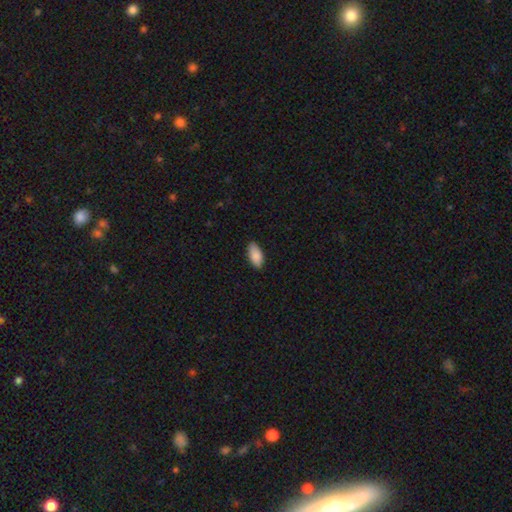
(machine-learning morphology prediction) This is clearly a smooth galaxy (88%). How rounded: clearly in between (92%). Merging: clearly none (87%).